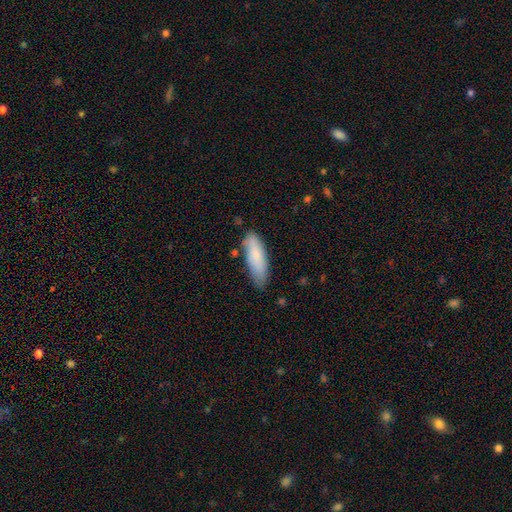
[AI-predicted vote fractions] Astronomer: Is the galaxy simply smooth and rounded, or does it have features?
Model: smooth — 78%.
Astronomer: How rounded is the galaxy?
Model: in between — 55% (runner-up: cigar-shaped, 43%).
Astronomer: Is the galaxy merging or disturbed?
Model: none — 66%.